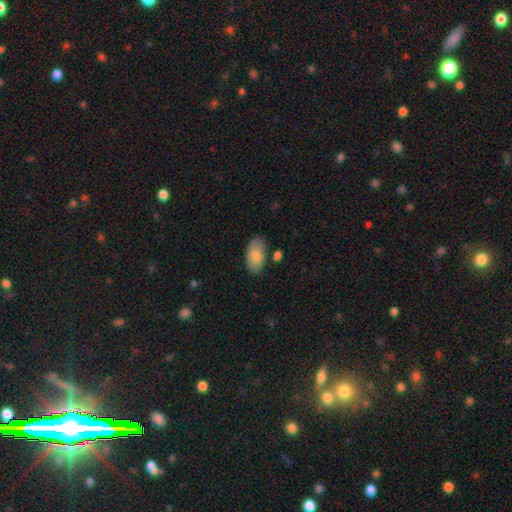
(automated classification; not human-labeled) Smooth or featured?
  - smooth: 81% *
  - featured or disk: 13%
  - star or artifact: 6%
How rounded?
  - in between: 94% *
  - round: 3%
  - cigar-shaped: 2%
Merging?
  - none: 76% *
  - minor disturbance: 16%
  - merger: 5%
  - major disturbance: 4%